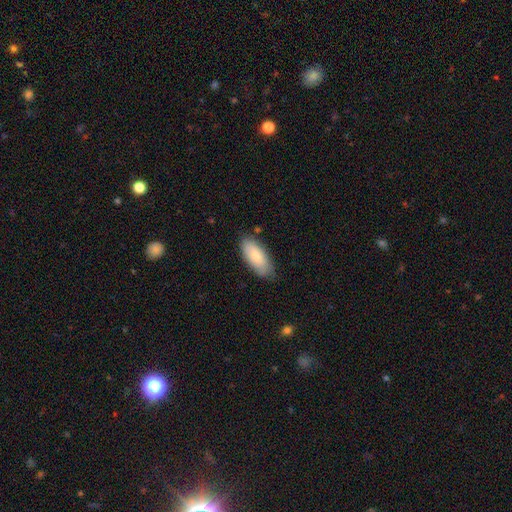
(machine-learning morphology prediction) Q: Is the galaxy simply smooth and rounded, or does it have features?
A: smooth — 79%.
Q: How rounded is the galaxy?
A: in between — 88%.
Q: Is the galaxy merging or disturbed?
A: none — 75%.